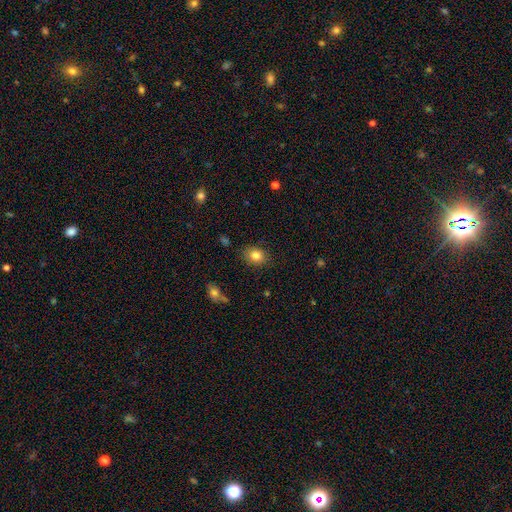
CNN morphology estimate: Smooth or featured? smooth (82%)
How rounded? in between (52%)
Merging? none (85%)